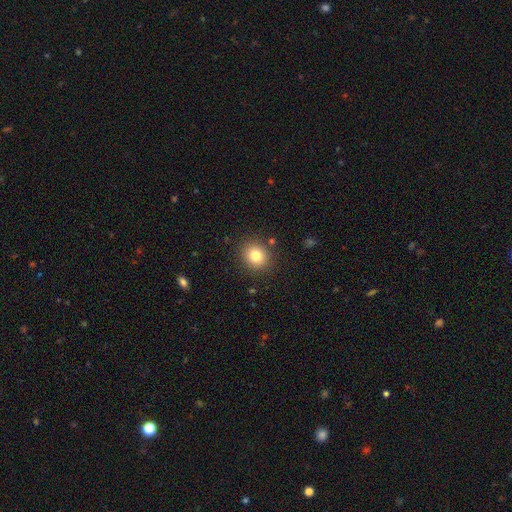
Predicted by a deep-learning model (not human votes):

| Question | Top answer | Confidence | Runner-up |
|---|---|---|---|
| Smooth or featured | smooth | 80% | star or artifact (12%) |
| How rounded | round | 84% | in between (15%) |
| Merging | none | 88% | minor disturbance (7%) |